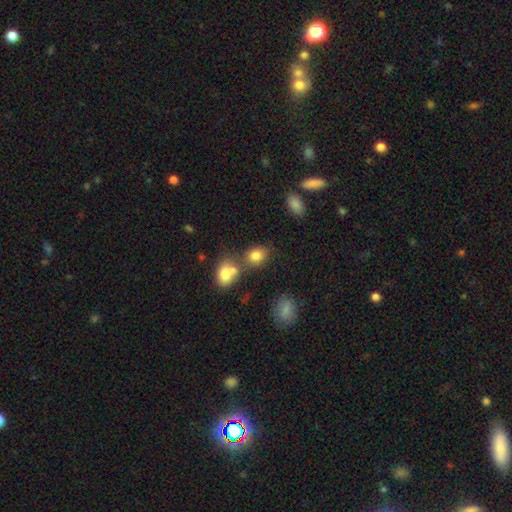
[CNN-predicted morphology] Overall: smooth (82%). How rounded: in between (52%; round 46%). Merging: none (58%; merger 23%).